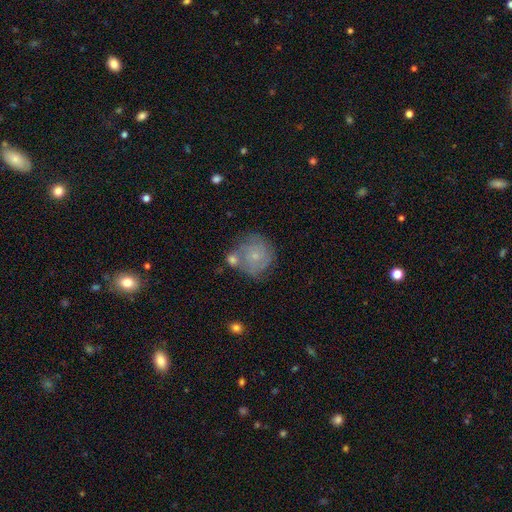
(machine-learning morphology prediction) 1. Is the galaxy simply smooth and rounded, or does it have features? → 50% featured or disk, 42% smooth, 8% star or artifact.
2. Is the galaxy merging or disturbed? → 54% none, 20% minor disturbance, 18% merger, 8% major disturbance.